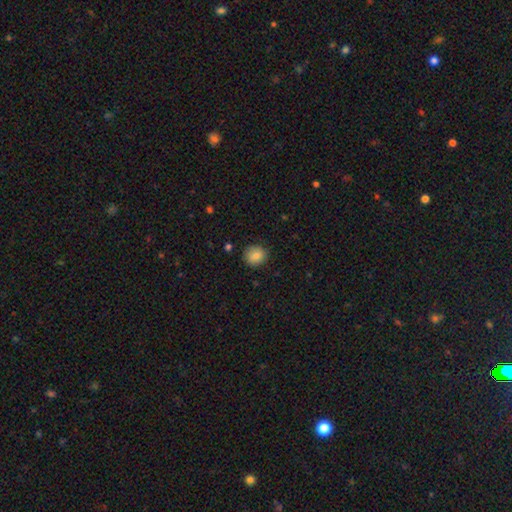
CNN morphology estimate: type=smooth (84%); roundness=round (82%); merging=none (85%).